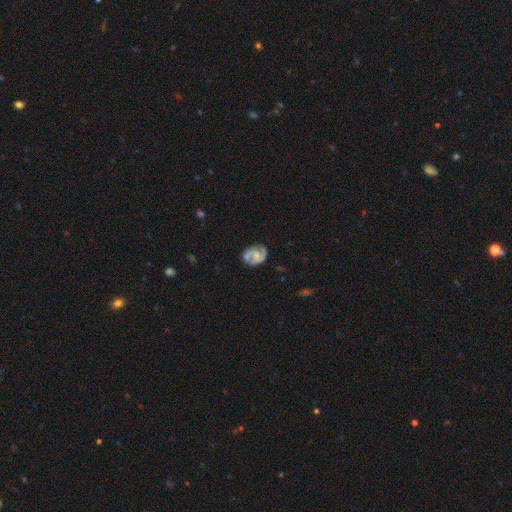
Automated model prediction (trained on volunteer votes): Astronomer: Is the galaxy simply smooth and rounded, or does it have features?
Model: featured or disk — 72%.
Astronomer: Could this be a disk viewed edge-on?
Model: no — 98%.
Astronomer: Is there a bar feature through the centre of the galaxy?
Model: no — 51% (runner-up: weak, 38%).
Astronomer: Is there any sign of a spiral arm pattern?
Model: yes — 86%.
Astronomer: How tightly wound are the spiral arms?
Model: medium — 46% (runner-up: tight, 34%).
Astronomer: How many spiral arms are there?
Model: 2 — 76%.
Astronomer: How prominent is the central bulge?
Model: small — 35% (runner-up: moderate, 31%).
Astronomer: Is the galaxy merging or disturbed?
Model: none — 61%.